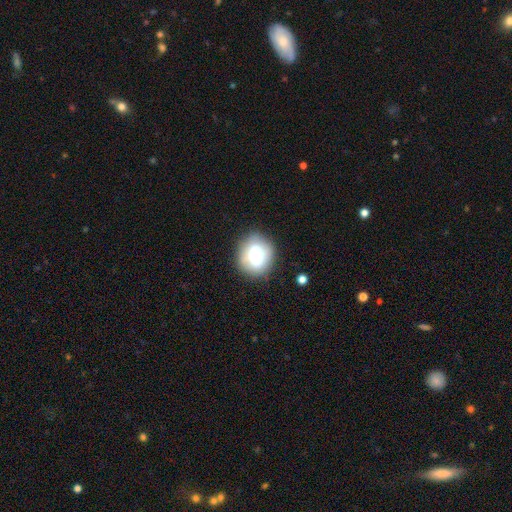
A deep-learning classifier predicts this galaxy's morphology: Smooth or featured?
  - smooth: 71% *
  - featured or disk: 20%
  - star or artifact: 9%
How rounded?
  - round: 64% *
  - in between: 34%
  - cigar-shaped: 1%
Merging?
  - none: 81% *
  - minor disturbance: 13%
  - major disturbance: 4%
  - merger: 2%